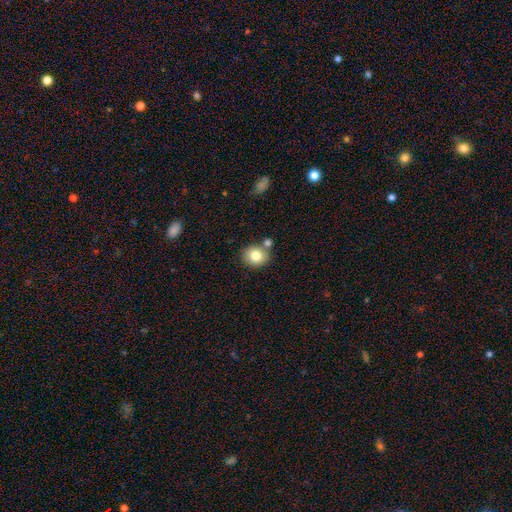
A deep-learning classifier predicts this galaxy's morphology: smooth_or_featured: smooth (p=0.81) [alt: featured or disk p=0.10]
how_rounded: round (p=0.72) [alt: in between p=0.27]
merging: none (p=0.70) [alt: merger p=0.16]